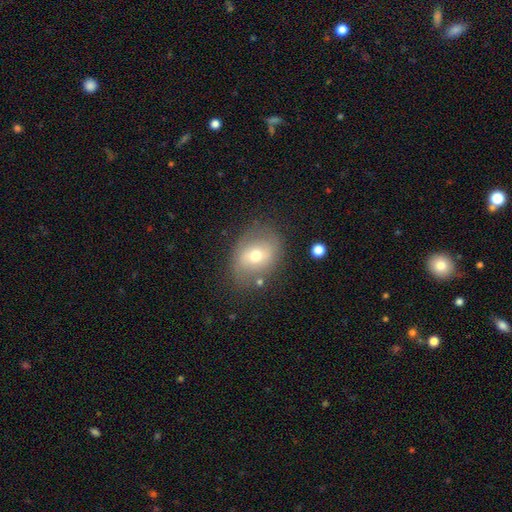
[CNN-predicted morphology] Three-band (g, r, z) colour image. It shows a smooth galaxy with no disk features (48%). Merging: none (73%).